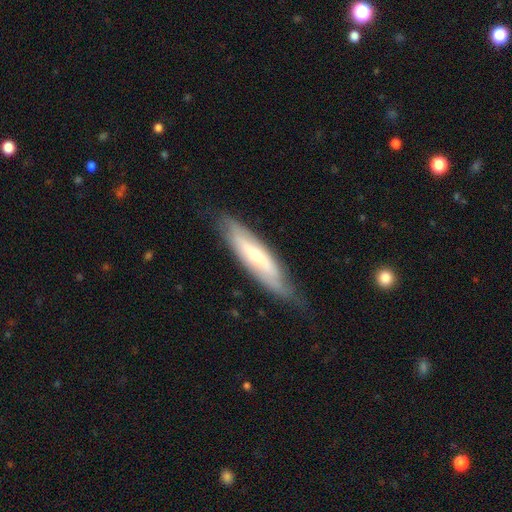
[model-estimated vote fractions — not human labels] featured or disk 56%, smooth 38%, star or artifact 6%. Down the decision tree: edge-on disk — no (53%); merging — none (69%).